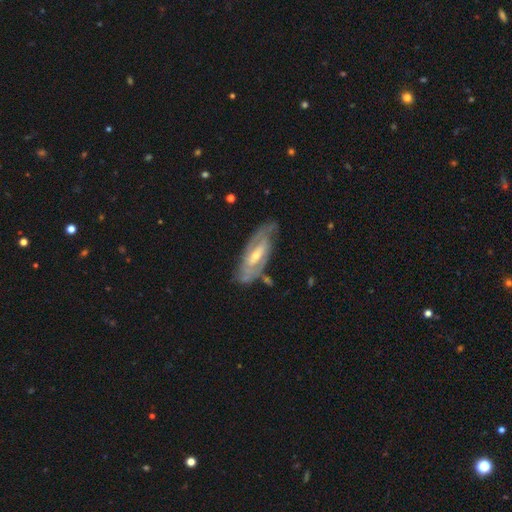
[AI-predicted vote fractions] Smooth or featured? featured or disk (80%)
Edge-on disk? no (87%)
Bar? weak (41%)
Spiral arms? yes (83%)
Spiral winding? tight (51%)
Spiral arm count? 2 (63%)
Bulge size? small (52%)
Merging? none (71%)